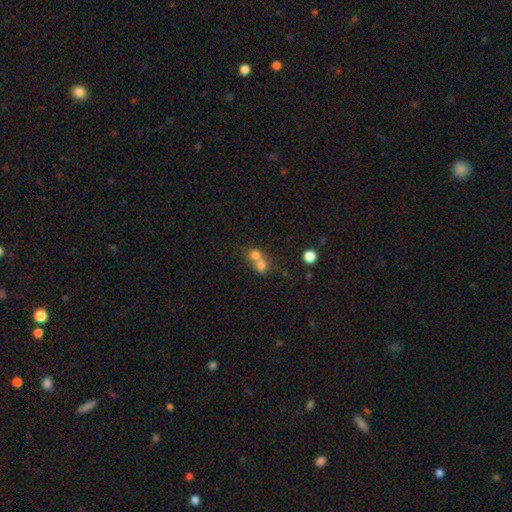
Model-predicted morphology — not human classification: Overall: smooth (74%). How rounded: round (72%). Merging: merger (68%).